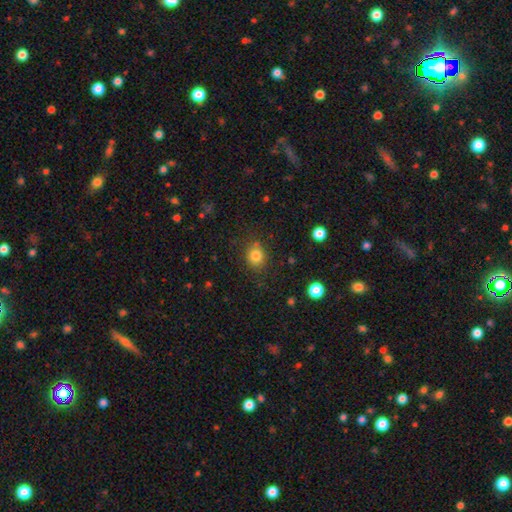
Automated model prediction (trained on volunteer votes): Overall: smooth (82%). How rounded: round (72%). Merging: none (80%).